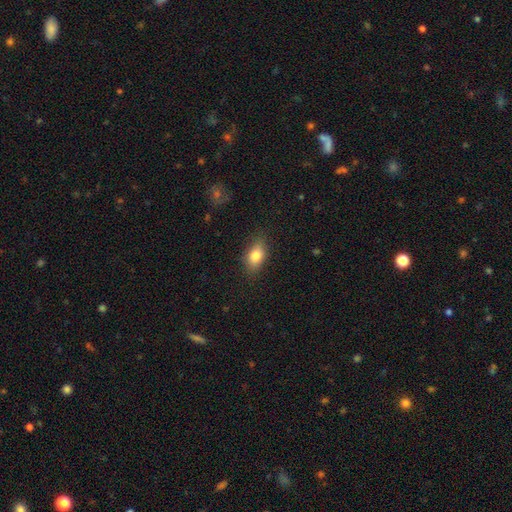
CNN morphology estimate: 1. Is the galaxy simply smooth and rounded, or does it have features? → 80% smooth, 12% featured or disk, 8% star or artifact.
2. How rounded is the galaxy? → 82% in between, 13% round, 5% cigar-shaped.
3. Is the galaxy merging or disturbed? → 81% none, 14% minor disturbance, 4% major disturbance, 1% merger.